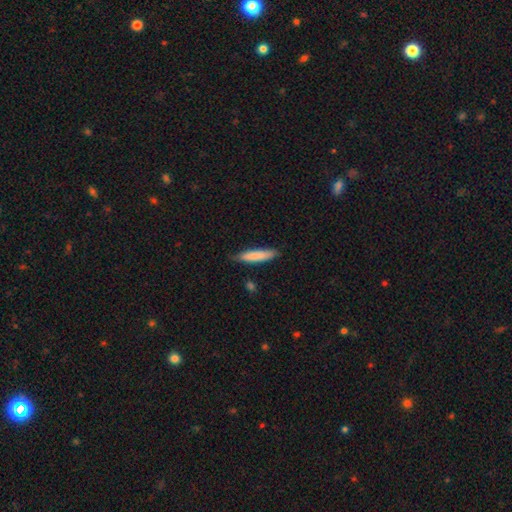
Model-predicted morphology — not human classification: smooth_or_featured: smooth (p=0.81) [alt: featured or disk p=0.14]
how_rounded: cigar-shaped (p=0.83) [alt: in between p=0.15]
merging: none (p=0.78) [alt: minor disturbance p=0.18]